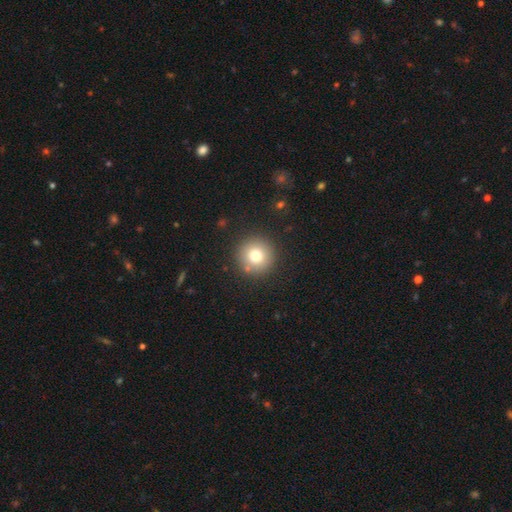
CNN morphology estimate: Smooth or featured? smooth (76%)
How rounded? round (96%)
Merging? none (88%)